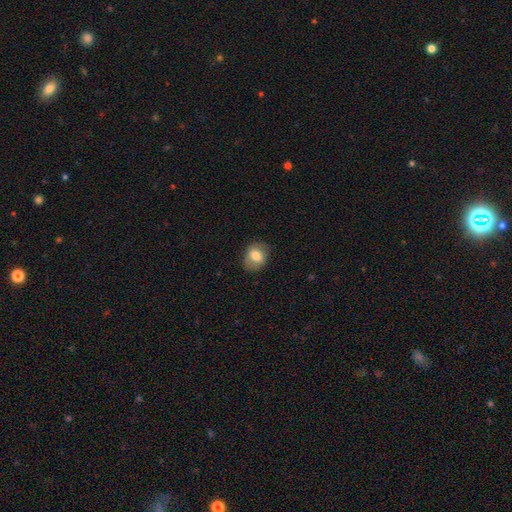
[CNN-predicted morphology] Q: Smooth or featured?
A: smooth (77%); runner-up: featured or disk (15%)
Q: How rounded?
A: in between (57%); runner-up: round (42%)
Q: Merging?
A: none (78%); runner-up: minor disturbance (16%)